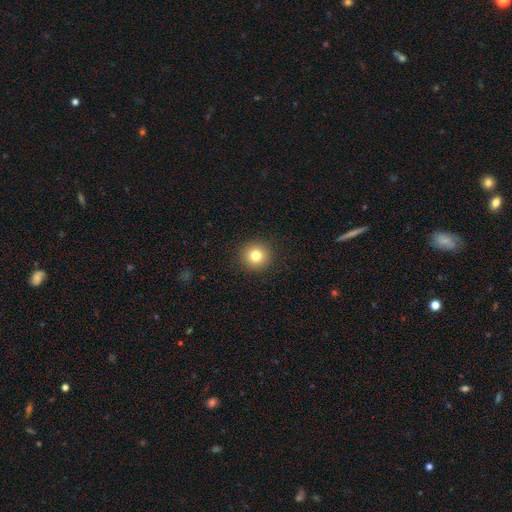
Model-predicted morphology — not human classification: Smooth or featured?
  - smooth: 80% *
  - star or artifact: 12%
  - featured or disk: 8%
How rounded?
  - round: 94% *
  - in between: 5%
  - cigar-shaped: 1%
Merging?
  - none: 92% *
  - minor disturbance: 5%
  - major disturbance: 2%
  - merger: 1%